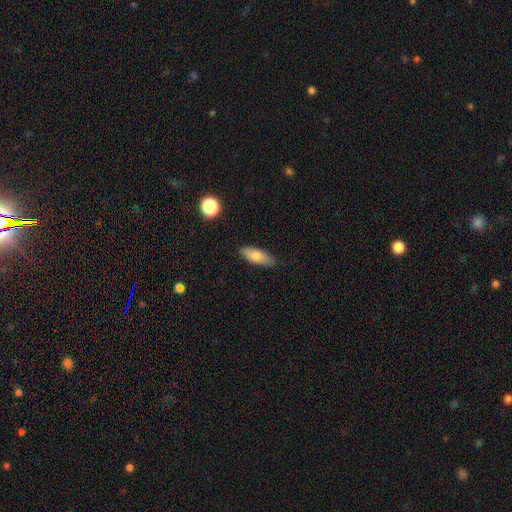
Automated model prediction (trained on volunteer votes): Q: Smooth or featured?
A: smooth (78%); runner-up: featured or disk (15%)
Q: How rounded?
A: in between (66%); runner-up: cigar-shaped (31%)
Q: Merging?
A: none (82%); runner-up: minor disturbance (14%)